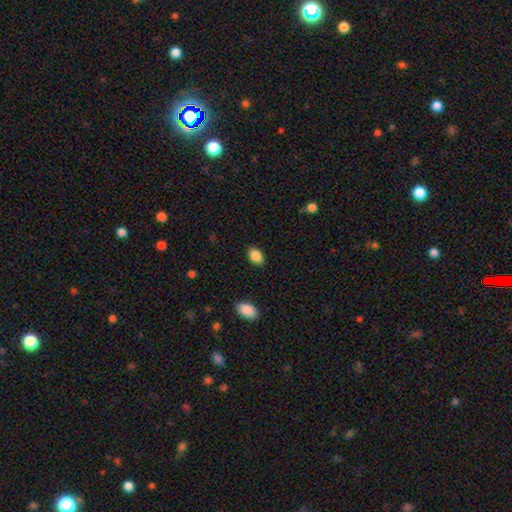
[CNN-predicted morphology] Smooth or featured? Predicted: smooth (p=0.87). How rounded? Predicted: in between (p=0.83). Merging? Predicted: none (p=0.87).